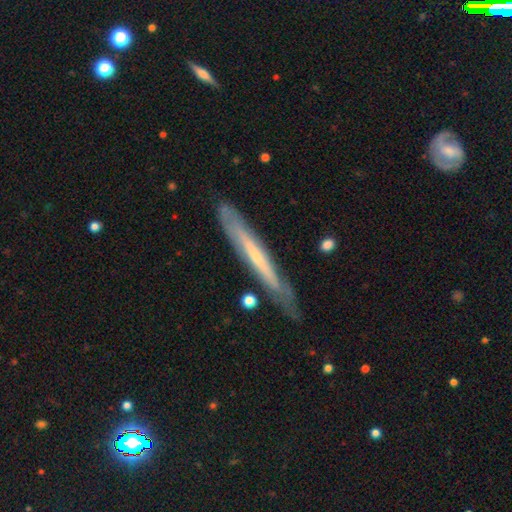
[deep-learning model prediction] Q: Smooth or featured?
A: featured or disk (61%); runner-up: smooth (34%)
Q: Edge-on disk?
A: yes (84%); runner-up: no (16%)
Q: Edge-on bulge?
A: none (65%); runner-up: rounded (29%)
Q: Merging?
A: none (74%); runner-up: minor disturbance (19%)